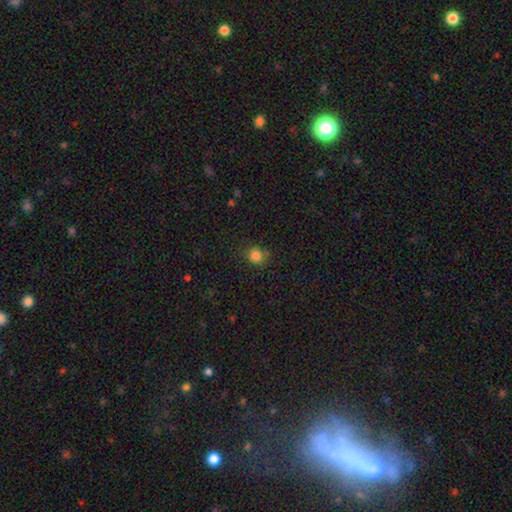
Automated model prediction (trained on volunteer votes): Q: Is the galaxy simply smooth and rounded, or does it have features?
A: smooth — 83%.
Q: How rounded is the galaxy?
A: round — 83%.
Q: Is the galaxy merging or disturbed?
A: none — 81%.